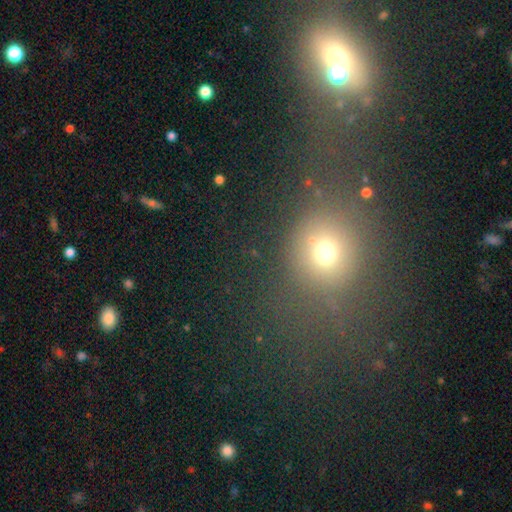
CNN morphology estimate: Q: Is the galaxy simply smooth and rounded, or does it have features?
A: smooth — 50%.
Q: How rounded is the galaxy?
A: round — 73%.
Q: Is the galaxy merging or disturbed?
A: none — 55%.